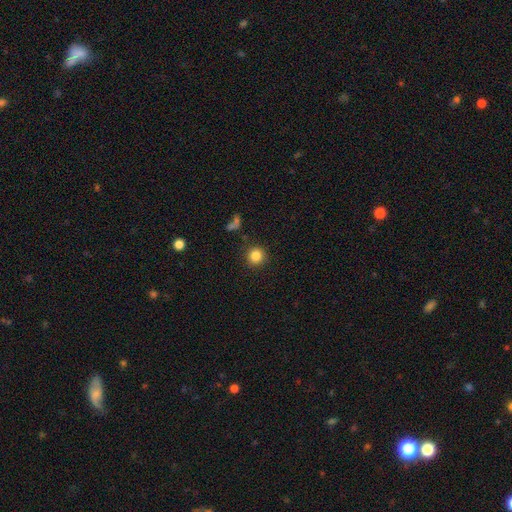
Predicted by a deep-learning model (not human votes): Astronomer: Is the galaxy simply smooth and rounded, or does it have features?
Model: smooth — 84%.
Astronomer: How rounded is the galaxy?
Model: round — 93%.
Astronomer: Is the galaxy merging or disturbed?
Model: none — 89%.